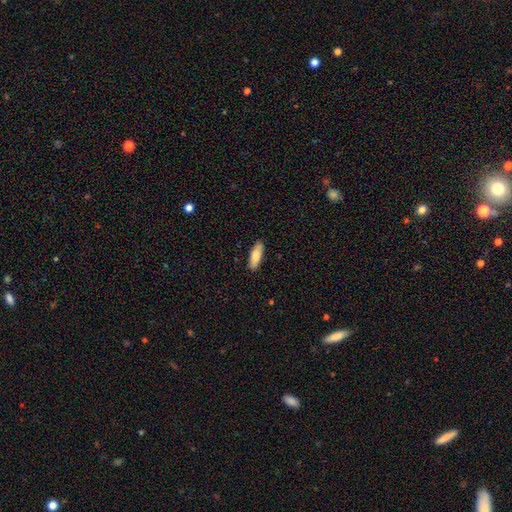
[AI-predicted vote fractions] Overall: smooth (82%). How rounded: in between (62%; cigar-shaped 36%). Merging: none (89%).